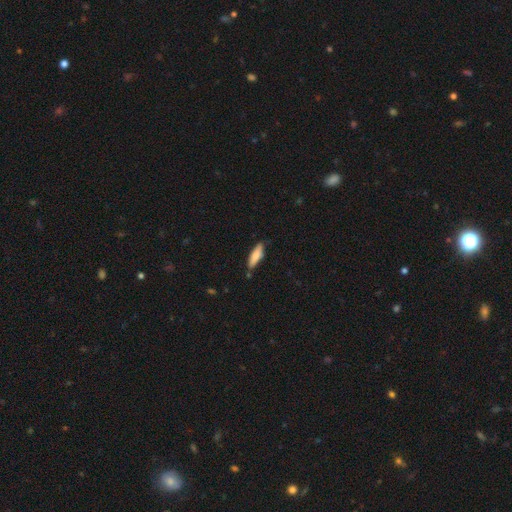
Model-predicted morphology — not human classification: Smooth or featured: smooth — 74% (featured or disk — 20%)
How rounded: cigar-shaped — 60% (in between — 39%)
Merging: none — 79% (minor disturbance — 15%)